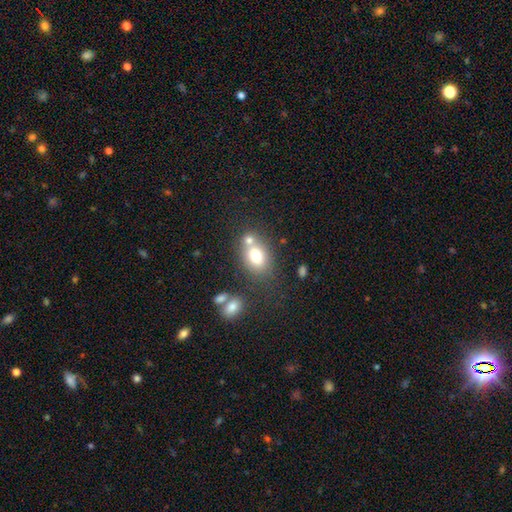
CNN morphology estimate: smooth 74%, featured or disk 15%, star or artifact 11%. Down the decision tree: how rounded — in between (66%); merging — none (50%).